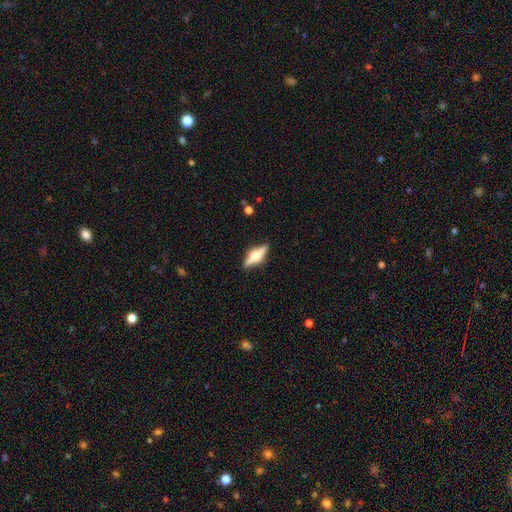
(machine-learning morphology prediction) smooth-or-featured: featured or disk: 68% | smooth: 26% | star or artifact: 6%
  disk-edge-on: yes: 96% | no: 4%
    edge-on-bulge: rounded: 92% | boxy: 6% | none: 2%
  merging: none: 87% | minor disturbance: 10% | major disturbance: 2% | merger: 1%